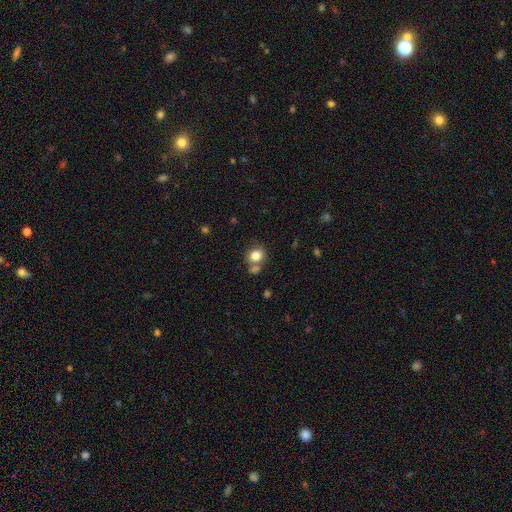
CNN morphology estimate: Smooth or featured: smooth — 82% (star or artifact — 10%)
How rounded: round — 70% (in between — 29%)
Merging: none — 59% (merger — 25%)